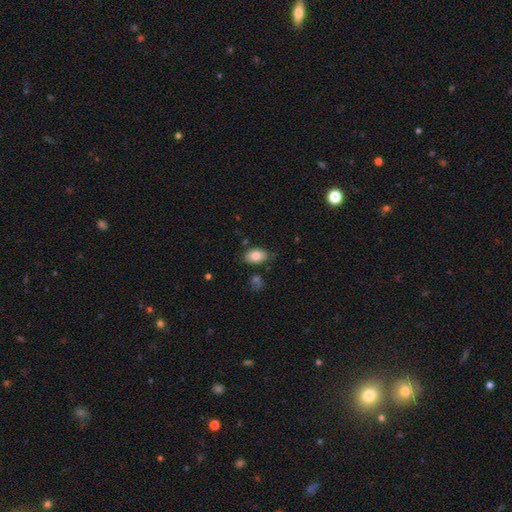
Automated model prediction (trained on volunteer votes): The model was most divided on "merging": none: 75%, minor disturbance: 17%, major disturbance: 4%, merger: 4%. More confident: how rounded — in between (90%); smooth or featured — smooth (82%).